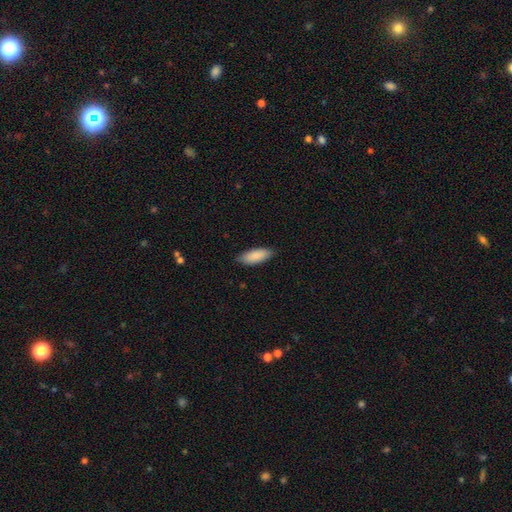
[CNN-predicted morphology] smooth_or_featured: smooth (p=0.89) [alt: featured or disk p=0.06]
how_rounded: in between (p=0.78) [alt: cigar-shaped p=0.20]
merging: none (p=0.85) [alt: minor disturbance p=0.12]